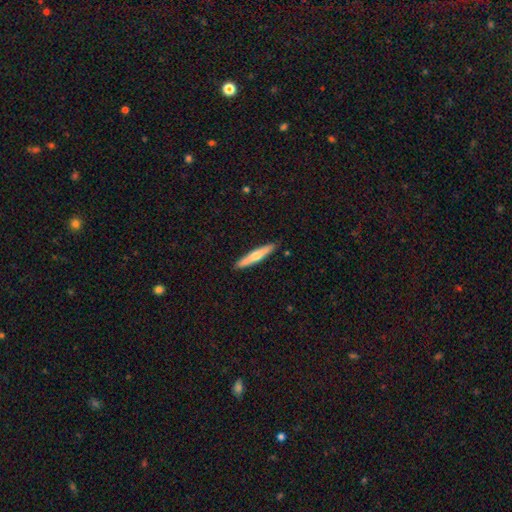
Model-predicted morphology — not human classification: Smooth or featured? Predicted: smooth (p=0.53). How rounded? Predicted: cigar-shaped (p=0.92). Merging? Predicted: none (p=0.90).